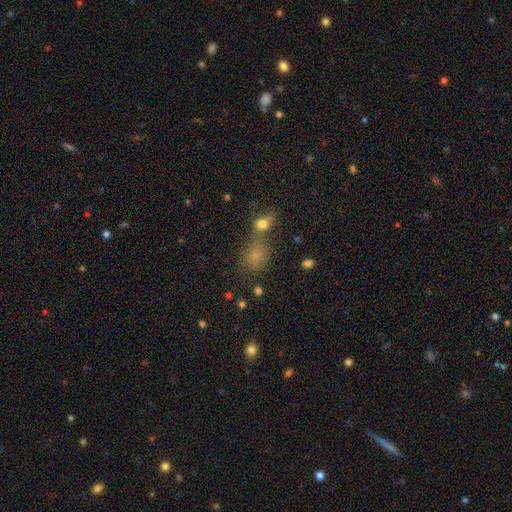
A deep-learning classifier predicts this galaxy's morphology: smooth-or-featured: smooth: 73% | star or artifact: 17% | featured or disk: 10%
  how-rounded: round: 56% | in between: 42% | cigar-shaped: 2%
  merging: none: 45% | merger: 37% | minor disturbance: 12% | major disturbance: 6%